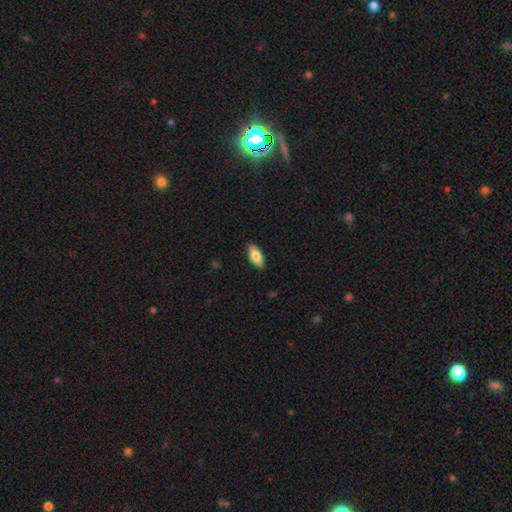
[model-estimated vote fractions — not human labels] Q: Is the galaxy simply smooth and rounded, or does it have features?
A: smooth — 79%.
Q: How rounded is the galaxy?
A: in between — 83%.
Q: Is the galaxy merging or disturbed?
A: none — 89%.